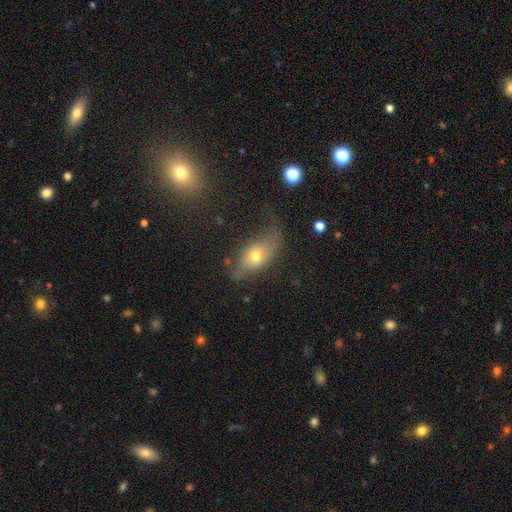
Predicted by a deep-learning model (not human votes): Smooth or featured: featured or disk — 47% (smooth — 42%)
Merging: none — 42% (major disturbance — 28%)